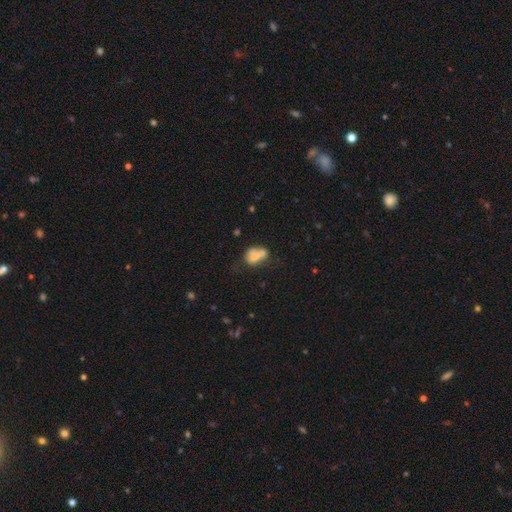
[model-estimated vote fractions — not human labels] smooth_or_featured: smooth (p=0.61) [alt: featured or disk p=0.29]
how_rounded: in between (p=0.76) [alt: round p=0.21]
merging: merger (p=0.38) [alt: none p=0.28]